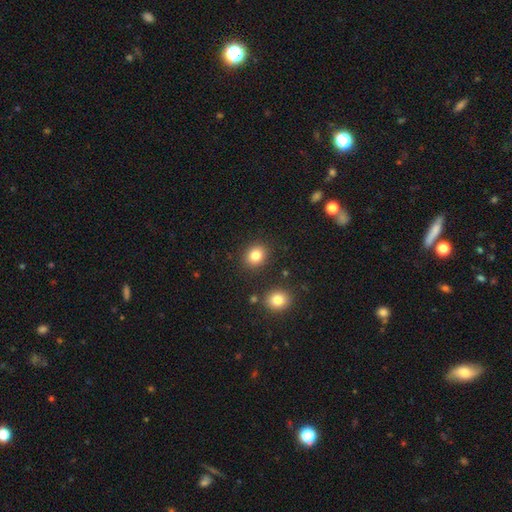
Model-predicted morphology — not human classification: Overall: smooth (84%). How rounded: round (68%; in between 32%). Merging: none (87%).